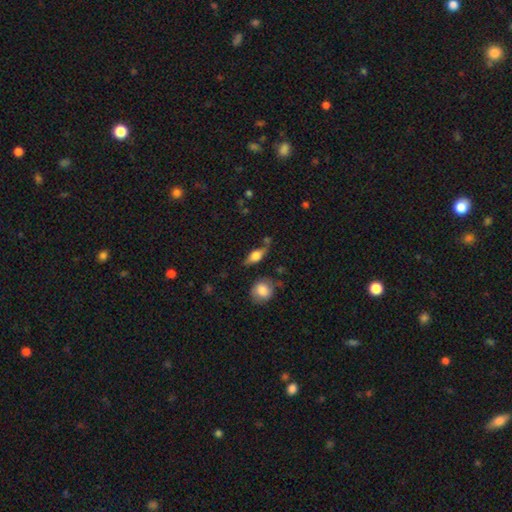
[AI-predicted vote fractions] smooth_or_featured: smooth (p=0.62) [alt: featured or disk p=0.30]
how_rounded: in between (p=0.68) [alt: cigar-shaped p=0.21]
merging: none (p=0.62) [alt: minor disturbance p=0.23]